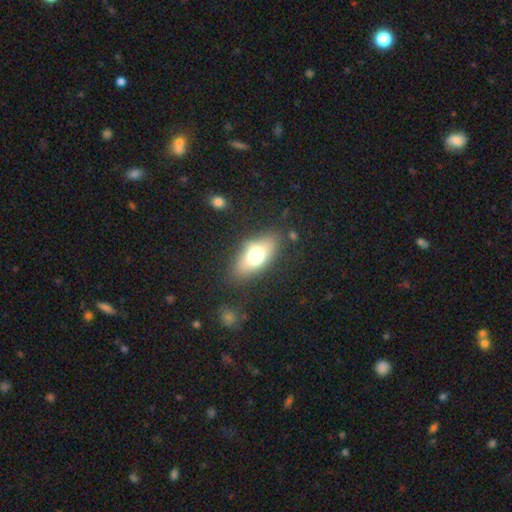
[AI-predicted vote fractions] Overall: smooth (66%). How rounded: in between (81%). Merging: none (79%).